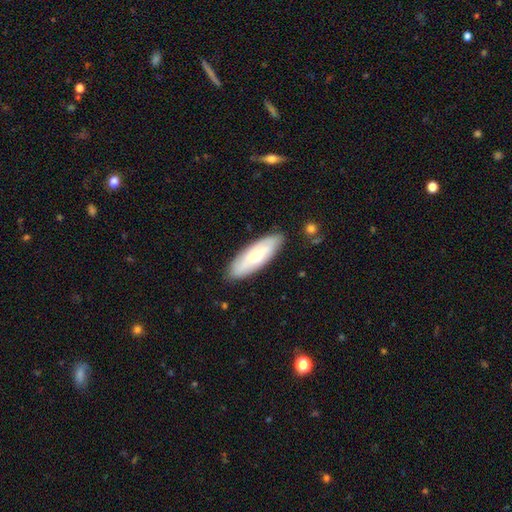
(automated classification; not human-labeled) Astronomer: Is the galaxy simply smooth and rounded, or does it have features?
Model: smooth — 60%.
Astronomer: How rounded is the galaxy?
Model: in between — 59% (runner-up: cigar-shaped, 39%).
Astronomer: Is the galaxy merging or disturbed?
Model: none — 86%.